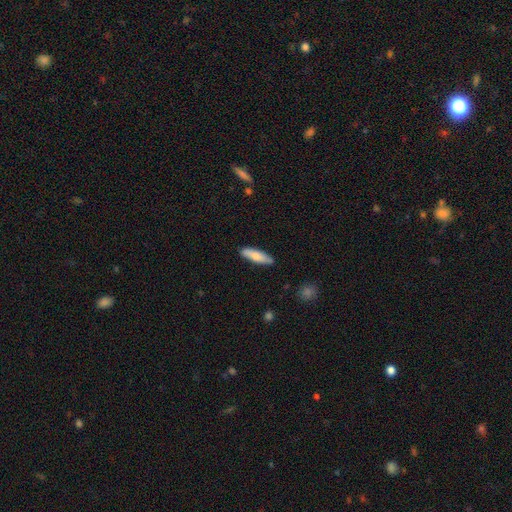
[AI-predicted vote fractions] A smooth galaxy with no disk features (73%) that is cigar-shaped (63%).

Vote fractions:
- Smooth or featured? smooth: 73% / featured or disk: 22% / star or artifact: 5%
- How rounded? cigar-shaped: 63% / in between: 36% / round: 2%
- Merging? none: 85% / minor disturbance: 11% / major disturbance: 2% / merger: 2%